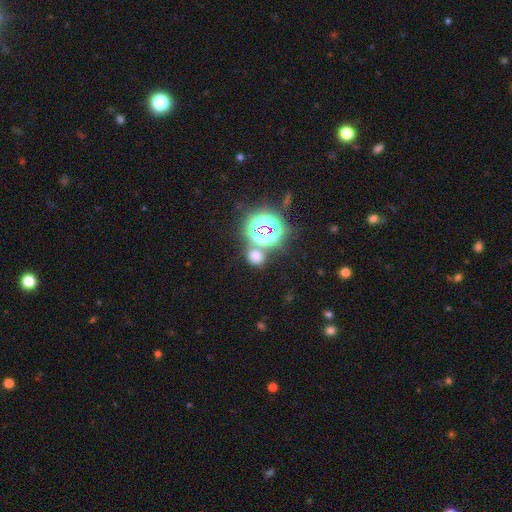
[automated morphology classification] Overall: smooth (53%; star or artifact 40%). How rounded: round (73%). Merging: none (68%).